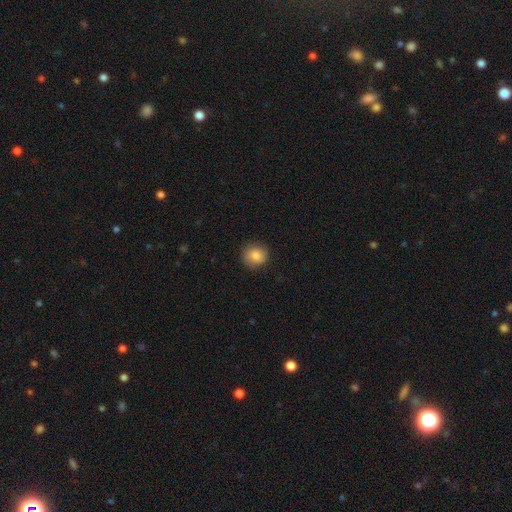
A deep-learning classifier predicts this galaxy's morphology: Smooth or featured?
  - smooth: 83% *
  - star or artifact: 8%
  - featured or disk: 8%
How rounded?
  - round: 85% *
  - in between: 14%
  - cigar-shaped: 1%
Merging?
  - none: 85% *
  - minor disturbance: 11%
  - major disturbance: 3%
  - merger: 1%